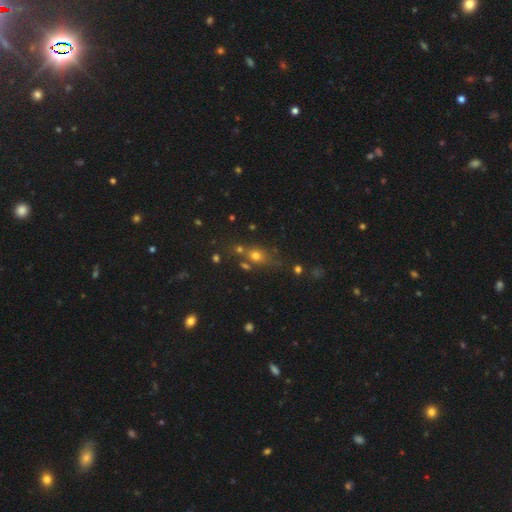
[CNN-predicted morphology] Smooth or featured? smooth (66%)
How rounded? round (47%, tied with in between)
Merging? none (57%)